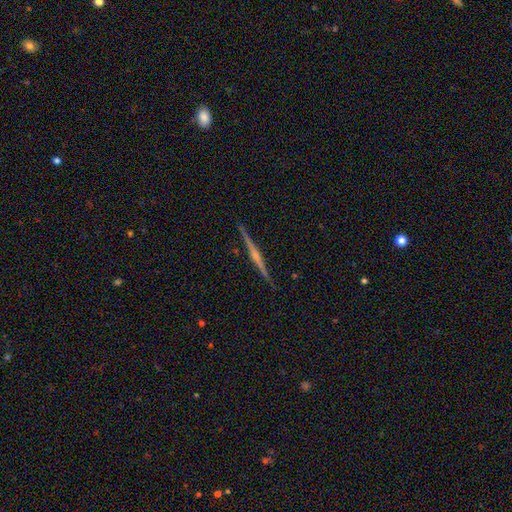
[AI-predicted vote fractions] Q: Smooth or featured?
A: featured or disk (79%); runner-up: smooth (14%)
Q: Edge-on disk?
A: yes (99%); runner-up: no (1%)
Q: Edge-on bulge?
A: rounded (68%); runner-up: none (21%)
Q: Merging?
A: none (91%); runner-up: minor disturbance (6%)